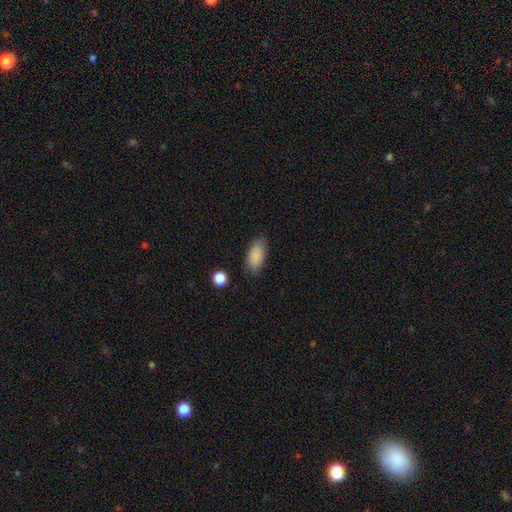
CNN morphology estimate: A smooth galaxy with no disk features (88%) that is in between round and cigar-shaped (89%). Merging: none (83%).